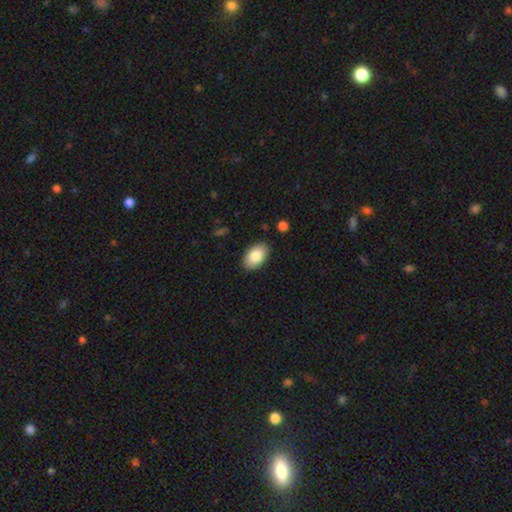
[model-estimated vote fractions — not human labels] smooth-or-featured: smooth: 84% | featured or disk: 9% | star or artifact: 6%
  how-rounded: in between: 93% | round: 6% | cigar-shaped: 1%
  merging: none: 88% | minor disturbance: 9% | major disturbance: 2% | merger: 1%